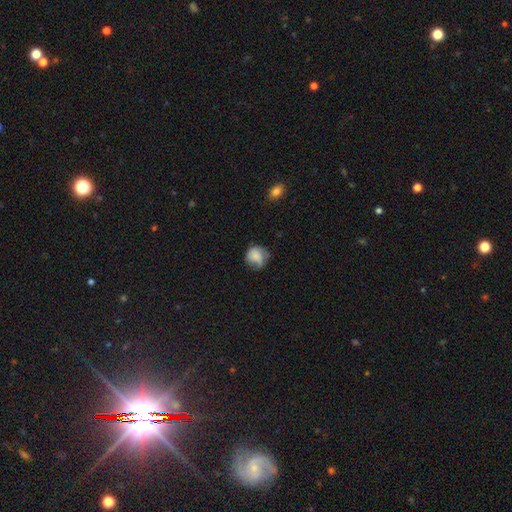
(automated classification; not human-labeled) Overall: smooth (73%). How rounded: round (74%). Merging: none (48%; minor disturbance 33%).